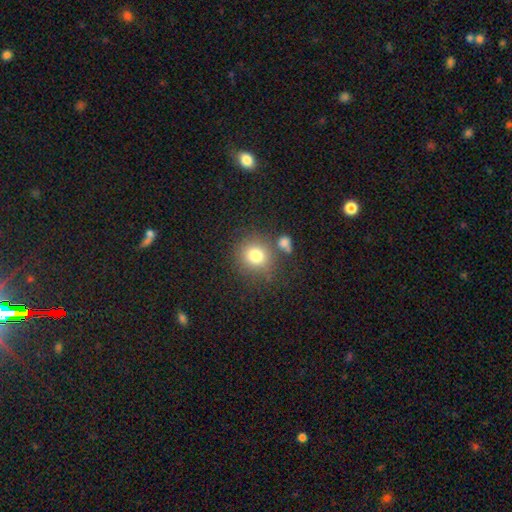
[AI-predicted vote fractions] smooth-or-featured: smooth: 78% | star or artifact: 12% | featured or disk: 9%
  how-rounded: round: 86% | in between: 13% | cigar-shaped: 1%
  merging: none: 70% | merger: 13% | minor disturbance: 12% | major disturbance: 5%